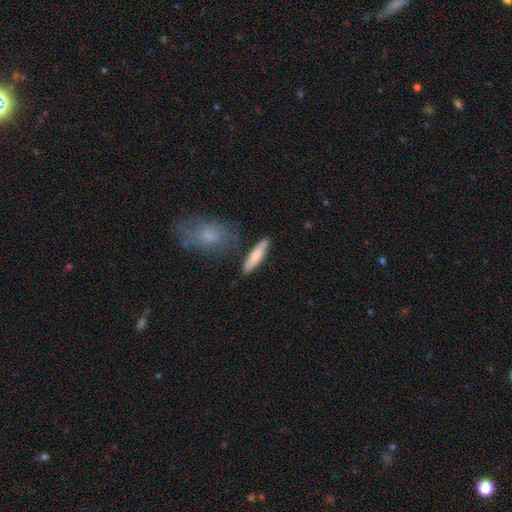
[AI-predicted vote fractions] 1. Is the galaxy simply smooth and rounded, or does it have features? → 74% smooth, 20% featured or disk, 6% star or artifact.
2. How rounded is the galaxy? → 71% cigar-shaped, 27% in between, 2% round.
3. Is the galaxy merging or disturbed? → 75% none, 15% minor disturbance, 6% merger, 4% major disturbance.